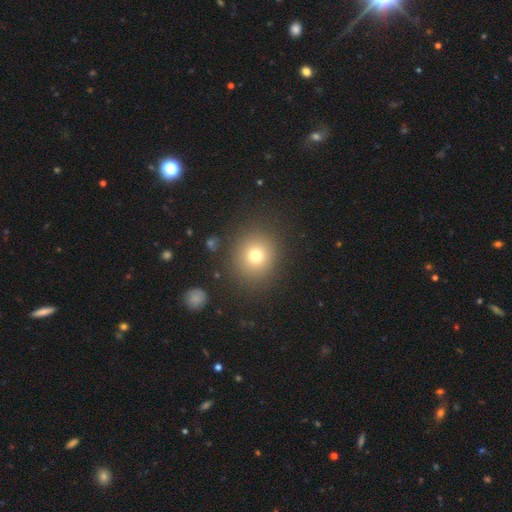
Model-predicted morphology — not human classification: A smooth galaxy with no disk features (74%) that is round (81%).

Vote fractions:
- Smooth or featured? smooth: 74% / star or artifact: 15% / featured or disk: 11%
- How rounded? round: 81% / in between: 18% / cigar-shaped: 1%
- Merging? none: 86% / minor disturbance: 8% / major disturbance: 4% / merger: 2%